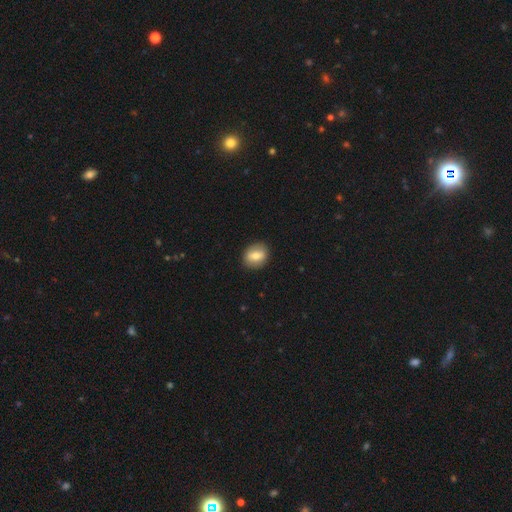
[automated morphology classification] Q: Smooth or featured?
A: smooth (72%); runner-up: featured or disk (20%)
Q: How rounded?
A: round (52%); runner-up: in between (46%)
Q: Merging?
A: none (88%); runner-up: minor disturbance (8%)